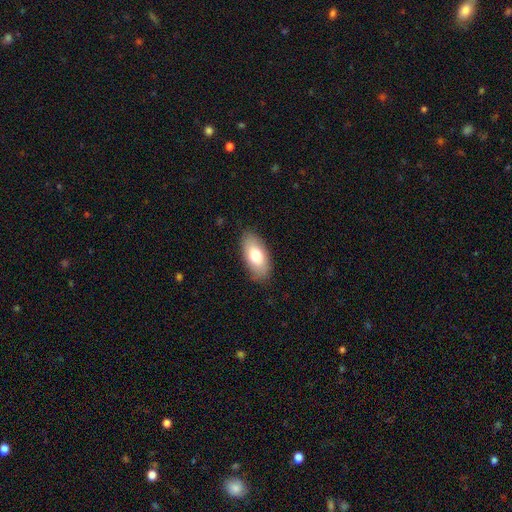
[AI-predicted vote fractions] Morphology: type=smooth (75%); roundness=in between (91%); merging=none (85%).